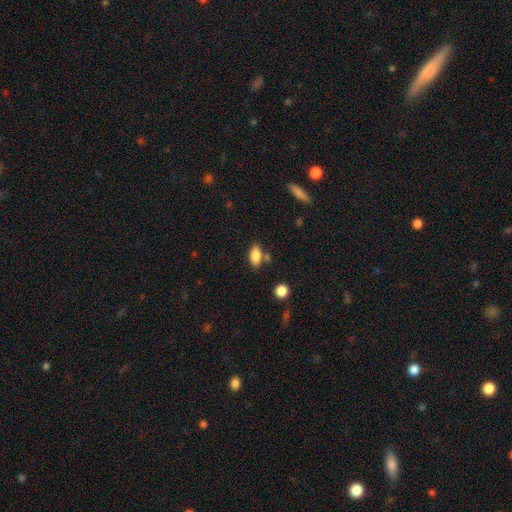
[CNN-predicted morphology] Q: Smooth or featured?
A: smooth (86%); runner-up: star or artifact (8%)
Q: How rounded?
A: in between (88%); runner-up: cigar-shaped (7%)
Q: Merging?
A: none (73%); runner-up: minor disturbance (14%)